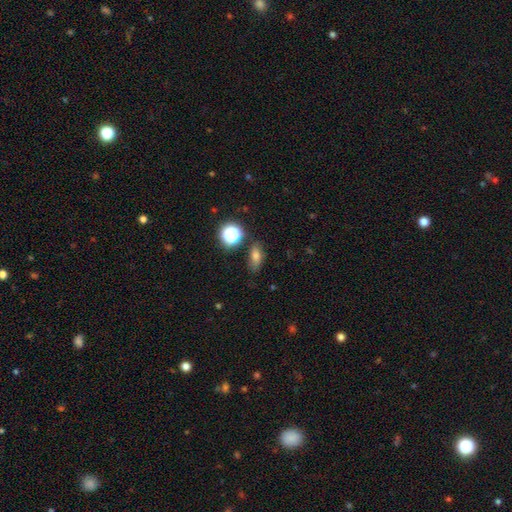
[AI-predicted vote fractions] smooth-or-featured: smooth: 70% | star or artifact: 17% | featured or disk: 13%
  how-rounded: in between: 70% | round: 16% | cigar-shaped: 13%
  merging: none: 74% | minor disturbance: 17% | major disturbance: 5% | merger: 4%